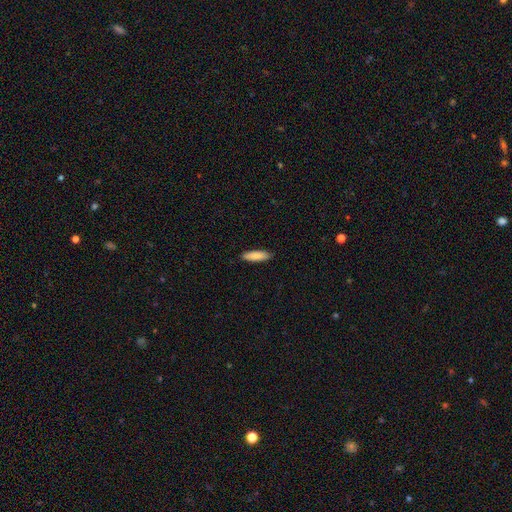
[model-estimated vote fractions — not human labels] smooth-or-featured: smooth: 87% | featured or disk: 7% | star or artifact: 6%
  how-rounded: cigar-shaped: 60% | in between: 39% | round: 1%
  merging: none: 90% | minor disturbance: 8% | major disturbance: 2% | merger: 1%